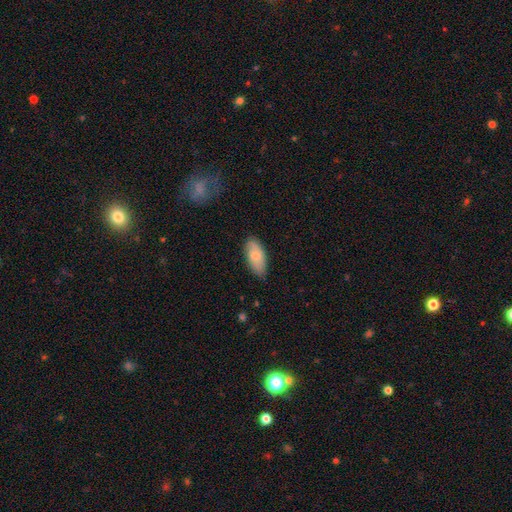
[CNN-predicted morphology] type=smooth (76%); roundness=in between (90%); merging=none (79%).